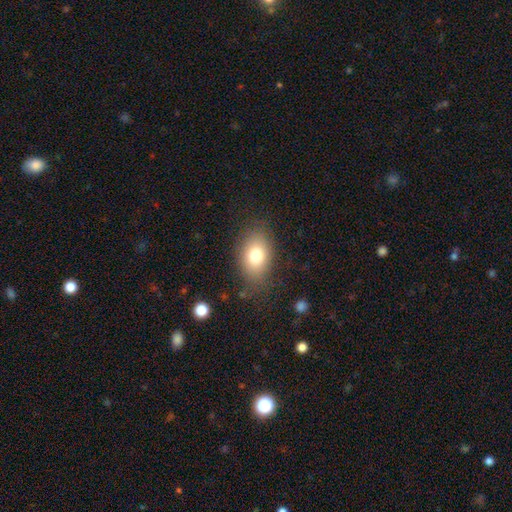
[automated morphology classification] This appears to be a smooth galaxy with no disk features (76%) that is in between round and cigar-shaped (81%). Merging: none (77%).